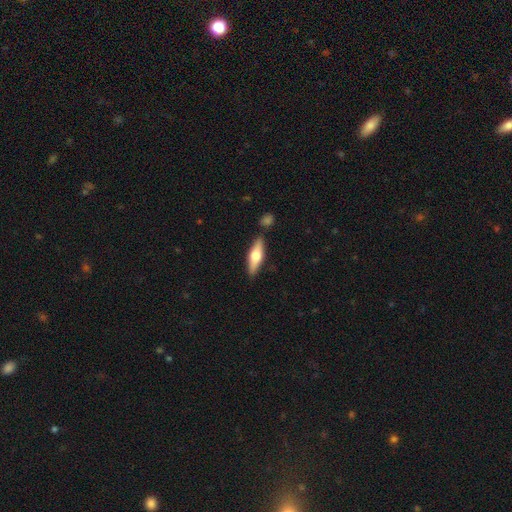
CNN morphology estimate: Smooth or featured?
  - smooth: 48% *
  - featured or disk: 46%
  - star or artifact: 6%
Merging?
  - none: 84% *
  - minor disturbance: 10%
  - merger: 4%
  - major disturbance: 2%